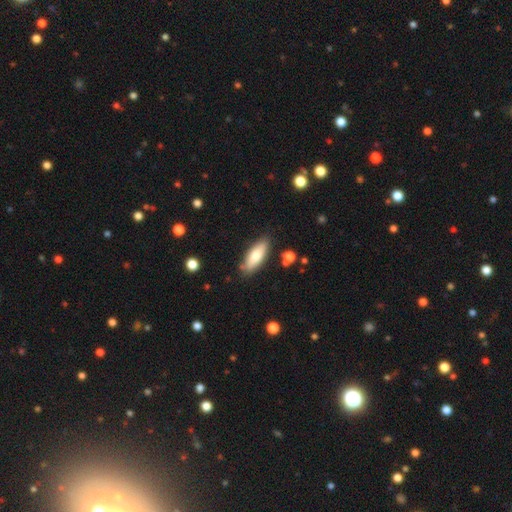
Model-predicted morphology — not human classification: Smooth or featured: smooth — 74% (featured or disk — 20%)
How rounded: in between — 66% (cigar-shaped — 32%)
Merging: none — 82% (minor disturbance — 13%)